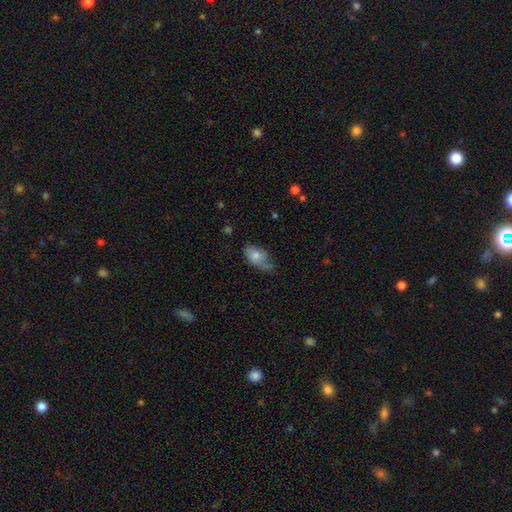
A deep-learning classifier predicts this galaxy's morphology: A smooth galaxy with no disk features (57%) that is in between round and cigar-shaped (89%).

Vote fractions:
- Smooth or featured? smooth: 57% / featured or disk: 35% / star or artifact: 8%
- How rounded? in between: 89% / round: 7% / cigar-shaped: 4%
- Merging? none: 37% / minor disturbance: 34% / major disturbance: 26% / merger: 3%